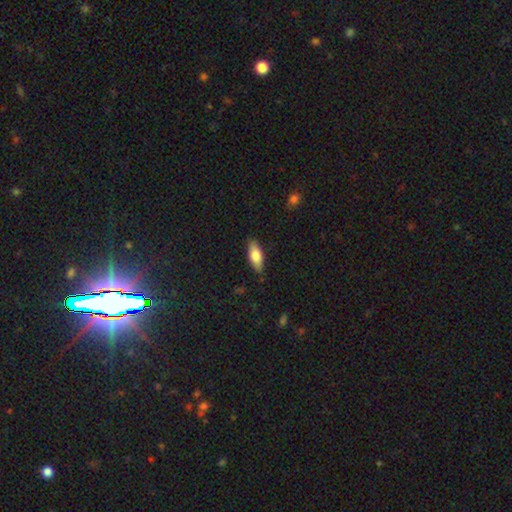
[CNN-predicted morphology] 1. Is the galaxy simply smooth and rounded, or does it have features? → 74% smooth, 20% featured or disk, 6% star or artifact.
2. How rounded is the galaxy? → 75% in between, 23% cigar-shaped, 2% round.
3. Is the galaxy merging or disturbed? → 84% none, 13% minor disturbance, 2% major disturbance, 1% merger.